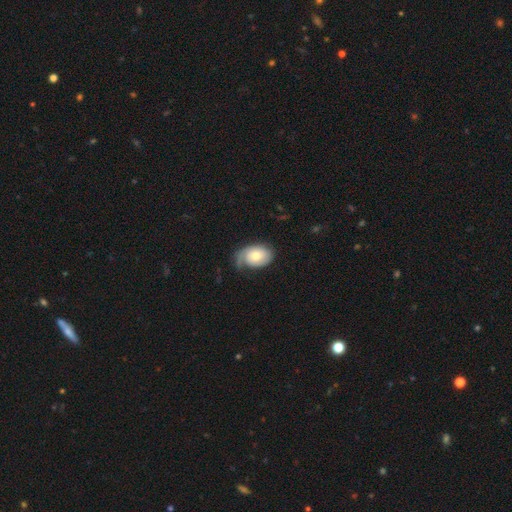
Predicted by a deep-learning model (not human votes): A featured or disk galaxy (52%).

Vote fractions:
- Smooth or featured? featured or disk: 52% / smooth: 42% / star or artifact: 6%
- Edge-on disk? no: 95% / yes: 5%
- Merging? none: 45% / minor disturbance: 31% / major disturbance: 22% / merger: 2%